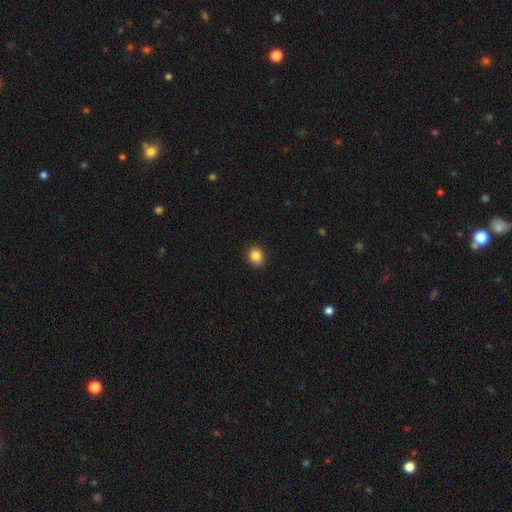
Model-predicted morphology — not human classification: Q: Smooth or featured?
A: smooth (85%); runner-up: star or artifact (10%)
Q: How rounded?
A: round (60%); runner-up: in between (39%)
Q: Merging?
A: none (87%); runner-up: minor disturbance (10%)